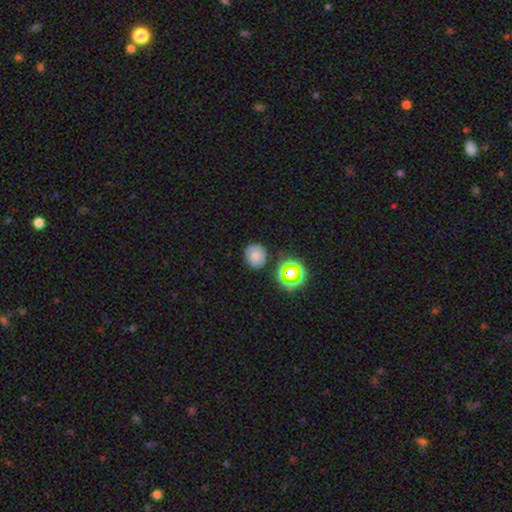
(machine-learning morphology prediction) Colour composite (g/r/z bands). It shows a smooth galaxy with no disk features (74%) that is round (80%). Merging: none (80%).